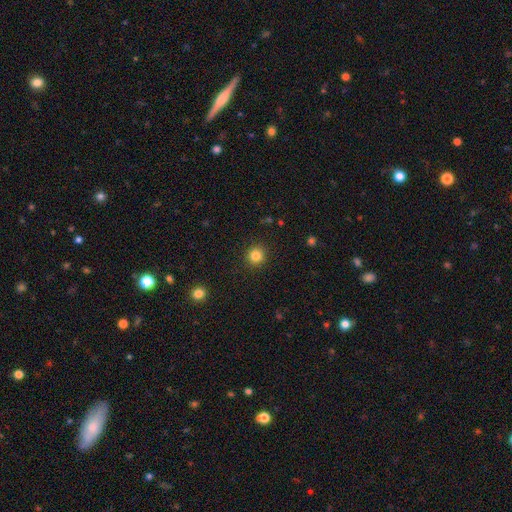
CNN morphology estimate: smooth_or_featured: smooth (p=0.83) [alt: star or artifact p=0.12]
how_rounded: round (p=0.93) [alt: in between p=0.06]
merging: none (p=0.91) [alt: minor disturbance p=0.05]